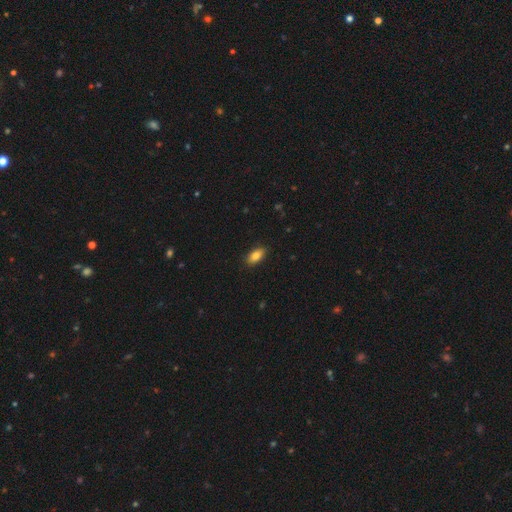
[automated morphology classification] smooth 85%, star or artifact 8%, featured or disk 7%. Down the decision tree: how rounded — in between (90%); merging — none (88%).